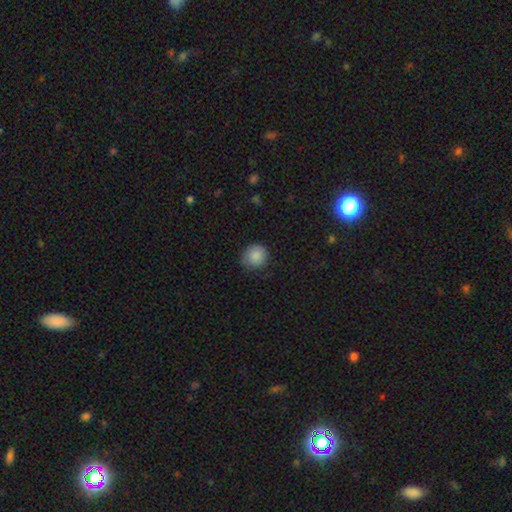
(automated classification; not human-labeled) The model was most divided on "merging": none: 77%, minor disturbance: 19%, major disturbance: 3%, merger: 1%. More confident: smooth or featured — smooth (87%); how rounded — round (87%).